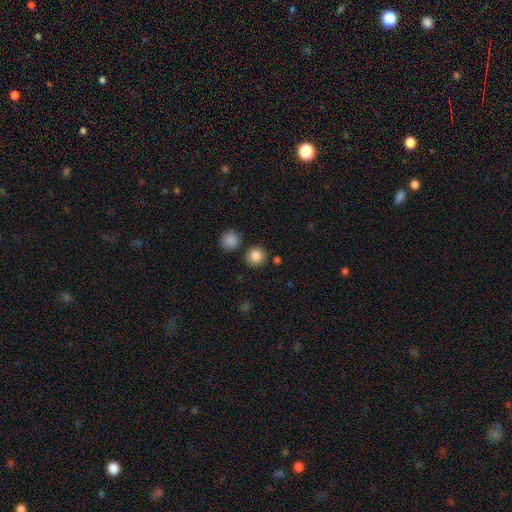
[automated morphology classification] This is clearly a smooth galaxy (85%). How rounded: clearly round (92%). Merging: clearly none (85%).